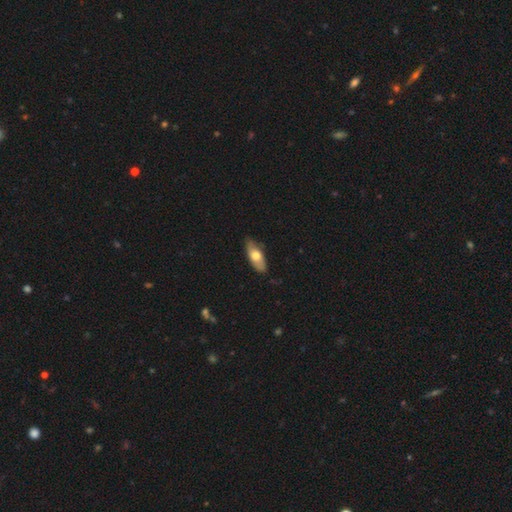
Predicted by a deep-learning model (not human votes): A smooth galaxy with no disk features (64%) that is in between round and cigar-shaped (79%). Merging: none (80%).